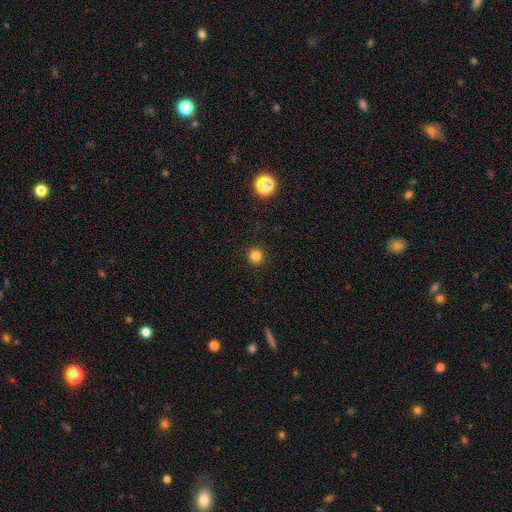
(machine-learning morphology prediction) This is clearly a smooth galaxy (82%). How rounded: clearly round (95%). Merging: clearly none (93%).